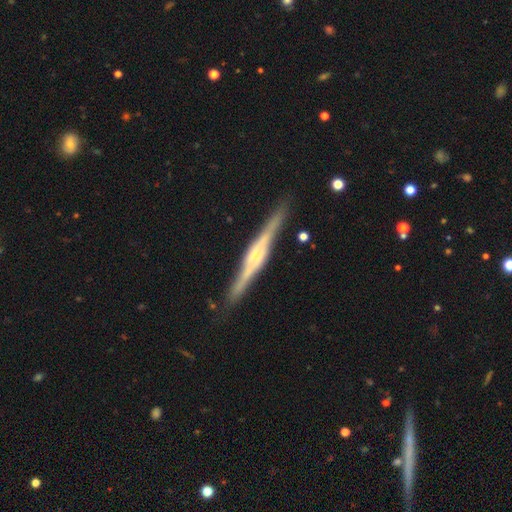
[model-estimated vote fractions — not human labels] A featured or disk galaxy (83%) viewed edge-on (98%) with a boxy central bulge (46%, tied with rounded).

Vote fractions:
- Smooth or featured? featured or disk: 83% / smooth: 11% / star or artifact: 5%
- Edge-on disk? yes: 98% / no: 2%
- Edge-on bulge? boxy: 46% (tied) / rounded: 46% (tied) / none: 8%
- Merging? none: 88% / minor disturbance: 9% / major disturbance: 2% / merger: 1%